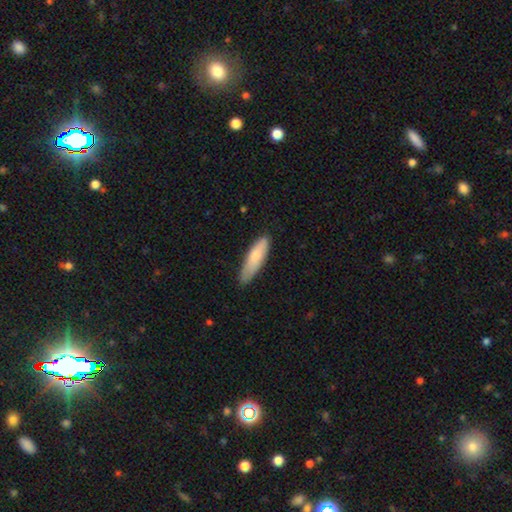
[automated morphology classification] Q: Smooth or featured?
A: smooth (78%); runner-up: featured or disk (17%)
Q: How rounded?
A: cigar-shaped (64%); runner-up: in between (34%)
Q: Merging?
A: none (71%); runner-up: minor disturbance (24%)